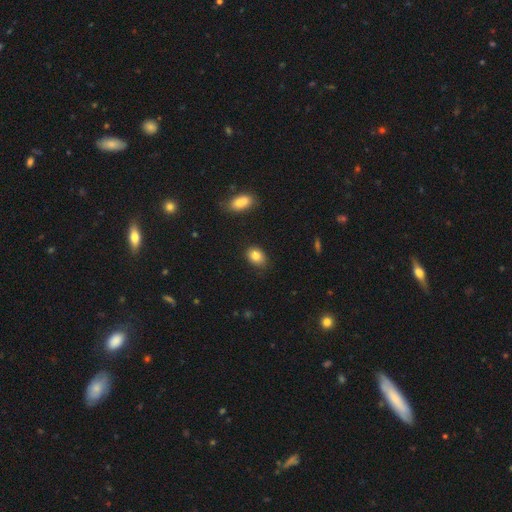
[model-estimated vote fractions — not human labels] Smooth or featured? Predicted: smooth (p=0.84). How rounded? Predicted: in between (p=0.73). Merging? Predicted: none (p=0.82).